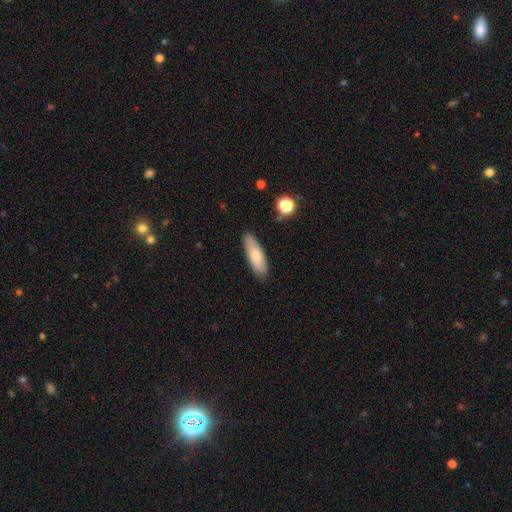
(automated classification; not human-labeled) Smooth or featured: smooth — 76% (featured or disk — 18%)
How rounded: in between — 52% (cigar-shaped — 46%)
Merging: none — 87% (minor disturbance — 10%)